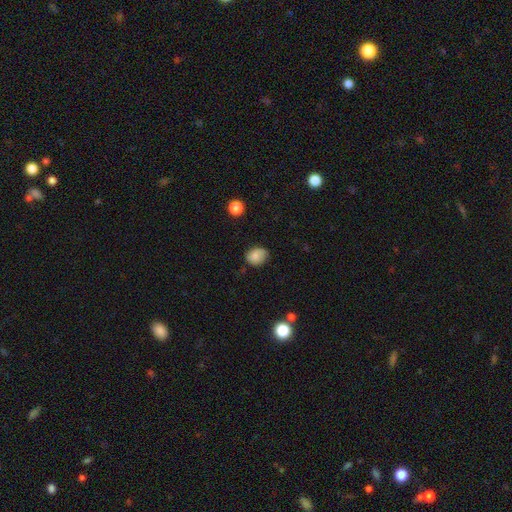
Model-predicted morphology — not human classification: smooth_or_featured: smooth (p=0.80) [alt: featured or disk p=0.11]
how_rounded: round (p=0.51) [alt: in between p=0.48]
merging: none (p=0.69) [alt: minor disturbance p=0.25]